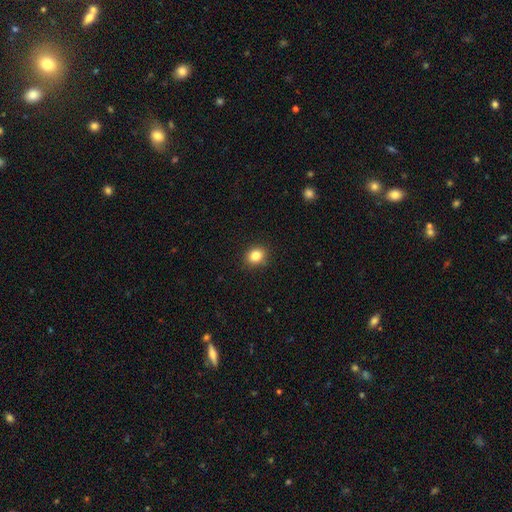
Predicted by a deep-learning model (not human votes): Morphology: type=smooth (84%); roundness=round (64%); merging=none (89%).